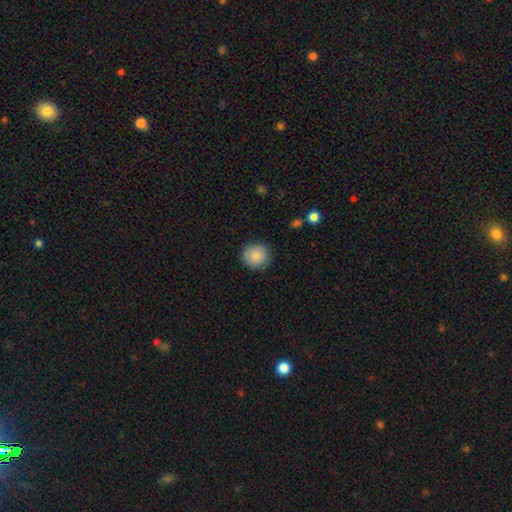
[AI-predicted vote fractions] Smooth or featured: smooth — 86% (star or artifact — 7%)
How rounded: round — 91% (in between — 8%)
Merging: none — 86% (minor disturbance — 11%)